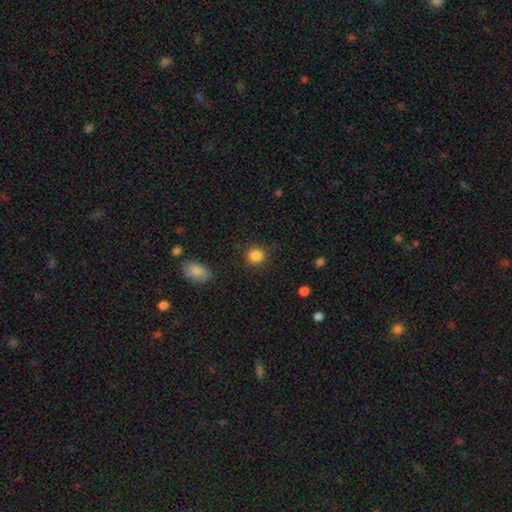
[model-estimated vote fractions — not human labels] A smooth galaxy with no disk features (86%) that is round (91%).

Vote fractions:
- Smooth or featured? smooth: 86% / star or artifact: 10% / featured or disk: 4%
- How rounded? round: 91% / in between: 8% / cigar-shaped: 1%
- Merging? none: 88% / minor disturbance: 7% / major disturbance: 3% / merger: 2%